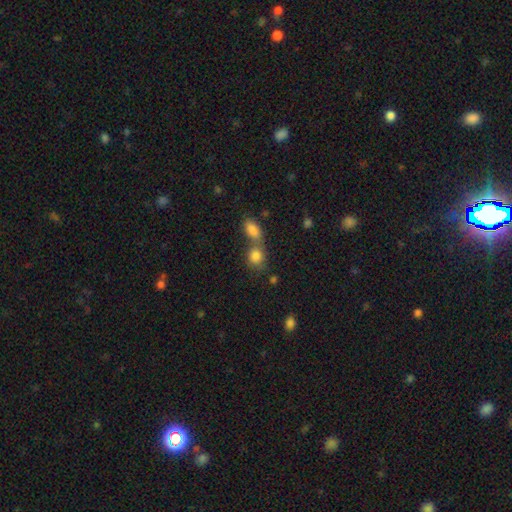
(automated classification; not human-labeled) Overall: smooth (83%). How rounded: round (55%; in between 43%). Merging: merger (49%; none 39%).